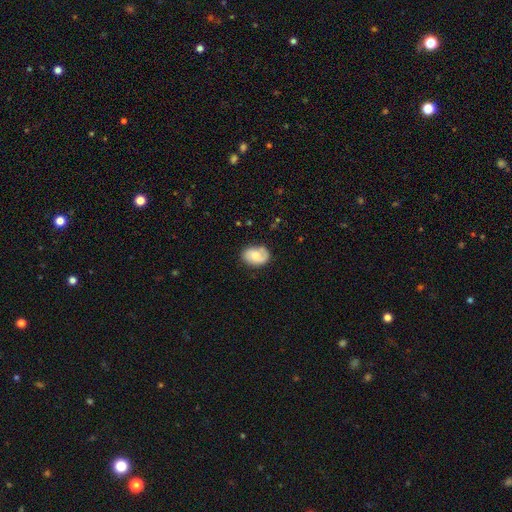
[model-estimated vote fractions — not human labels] Smooth or featured? smooth (49%)
Merging? none (70%)